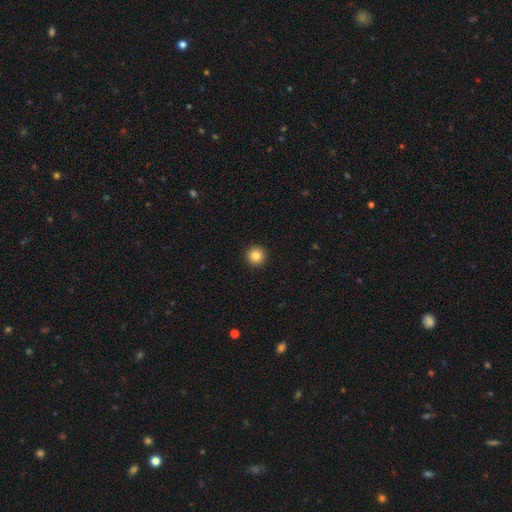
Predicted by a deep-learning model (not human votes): Smooth or featured? Predicted: smooth (p=0.85). How rounded? Predicted: round (p=0.96). Merging? Predicted: none (p=0.94).